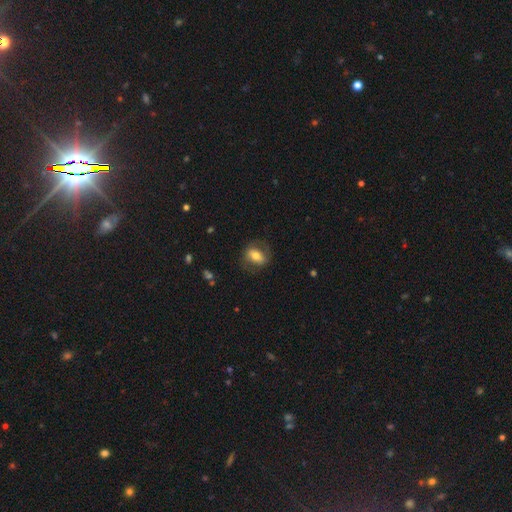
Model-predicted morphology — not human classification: Smooth or featured: smooth — 55% (featured or disk — 38%)
How rounded: in between — 72% (round — 25%)
Merging: none — 73% (minor disturbance — 16%)